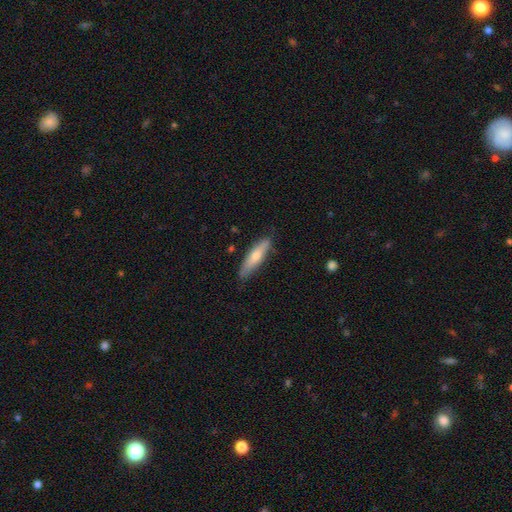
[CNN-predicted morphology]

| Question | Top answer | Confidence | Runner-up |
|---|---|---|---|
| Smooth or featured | smooth | 68% | featured or disk (27%) |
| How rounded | cigar-shaped | 73% | in between (25%) |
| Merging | none | 80% | minor disturbance (16%) |